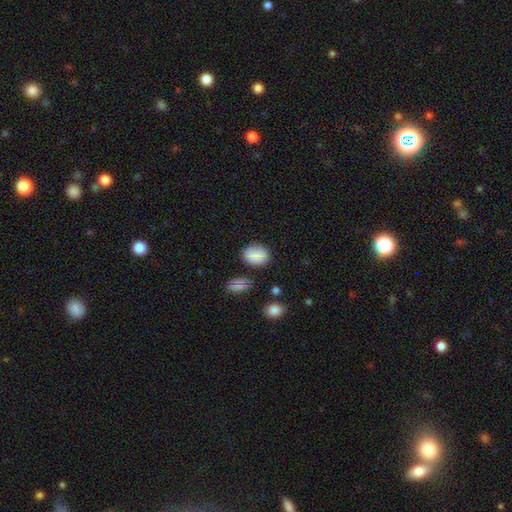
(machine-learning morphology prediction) smooth_or_featured: smooth (p=0.72) [alt: star or artifact p=0.20]
how_rounded: in between (p=0.61) [alt: round p=0.36]
merging: none (p=0.80) [alt: minor disturbance p=0.13]